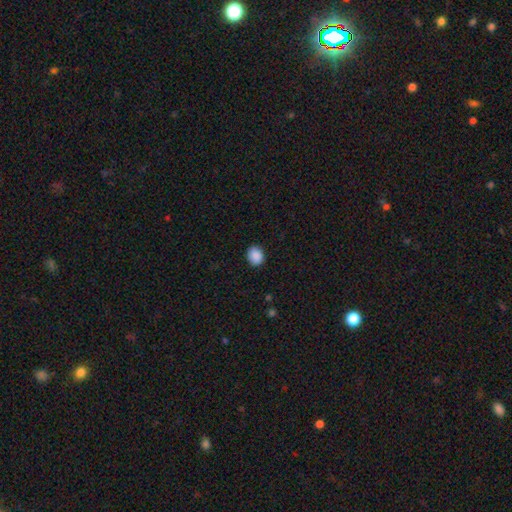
A smooth galaxy with no disk features (85%) that is round (79%).

Vote fractions:
- Smooth or featured? smooth: 85% / star or artifact: 10% / featured or disk: 5%
- How rounded? round: 79% / in between: 21% / cigar-shaped: 0%
- Merging? none: 75% / minor disturbance: 19% / major disturbance: 3% / merger: 3%